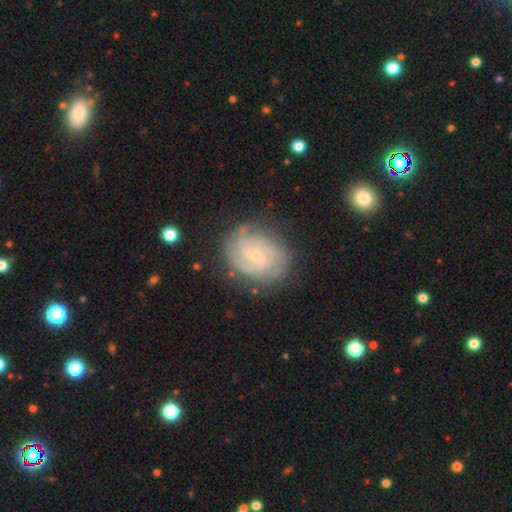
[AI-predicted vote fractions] Smooth or featured: featured or disk — 83% (smooth — 12%)
Edge-on disk: no — 98% (yes — 2%)
Bar: no — 56% (weak — 38%)
Spiral arms: yes — 95% (no — 5%)
Spiral winding: tight — 58% (medium — 34%)
Spiral arm count: 2 — 36% (can't tell — 25%)
Bulge size: small — 80% (moderate — 16%)
Merging: none — 75% (minor disturbance — 17%)